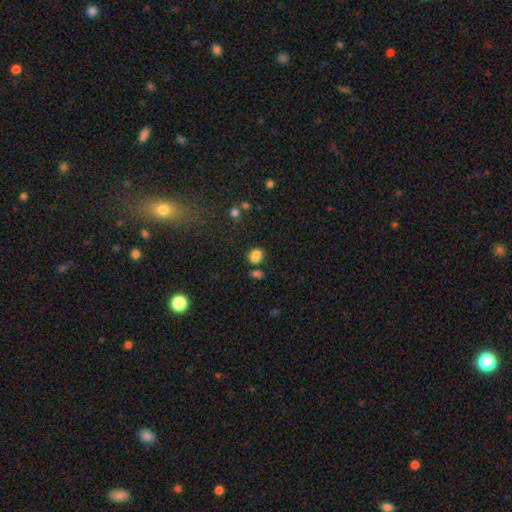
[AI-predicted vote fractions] Morphology: type=smooth (80%); roundness=in between (54%); merging=none (54%).